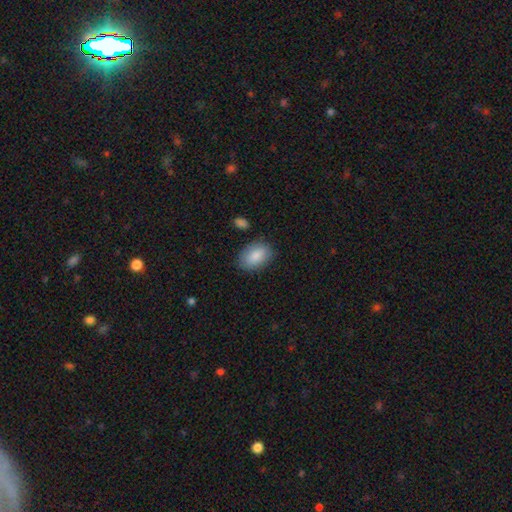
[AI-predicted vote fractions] Smooth or featured? Predicted: smooth (p=0.87). How rounded? Predicted: in between (p=0.89). Merging? Predicted: none (p=0.81).